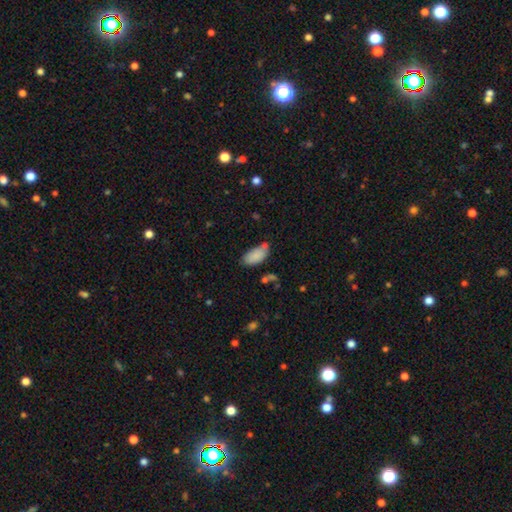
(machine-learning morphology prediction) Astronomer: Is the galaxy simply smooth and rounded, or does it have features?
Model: smooth — 85%.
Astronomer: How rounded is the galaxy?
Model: in between — 93%.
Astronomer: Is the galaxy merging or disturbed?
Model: none — 56%.